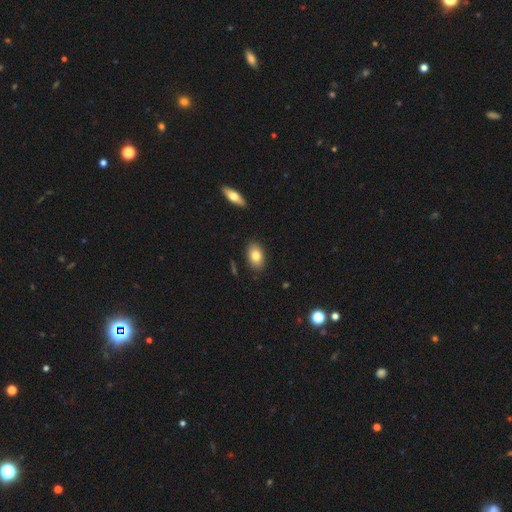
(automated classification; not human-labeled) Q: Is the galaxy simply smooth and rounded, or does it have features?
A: smooth — 80%.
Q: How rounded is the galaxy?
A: in between — 89%.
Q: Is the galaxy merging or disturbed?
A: none — 87%.